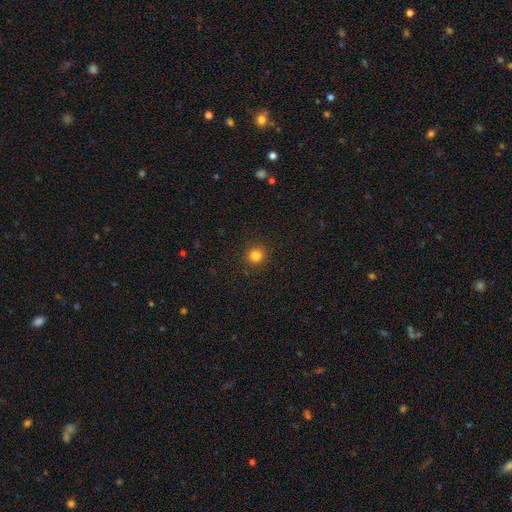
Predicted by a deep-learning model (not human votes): Smooth or featured? smooth (82%)
How rounded? round (93%)
Merging? none (91%)